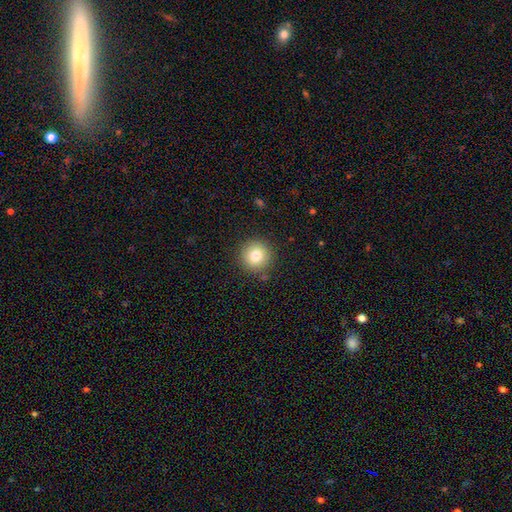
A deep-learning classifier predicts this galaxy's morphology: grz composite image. It shows a smooth galaxy with no disk features (80%) that is round (95%). Merging: none (89%).